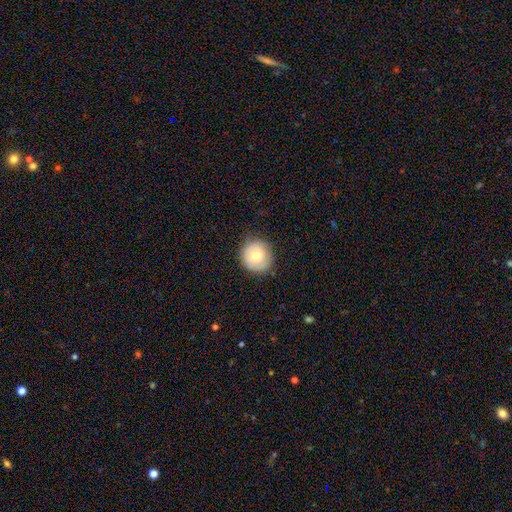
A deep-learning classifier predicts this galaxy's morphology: Smooth or featured?
  - smooth: 74% *
  - featured or disk: 19%
  - star or artifact: 8%
How rounded?
  - round: 92% *
  - in between: 7%
  - cigar-shaped: 1%
Merging?
  - none: 82% *
  - minor disturbance: 14%
  - major disturbance: 3%
  - merger: 1%